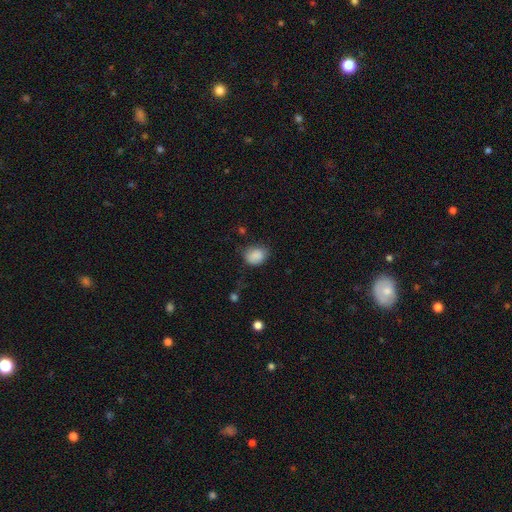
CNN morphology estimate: Smooth or featured?
  - smooth: 86% *
  - star or artifact: 9%
  - featured or disk: 6%
How rounded?
  - round: 50% *
  - in between: 49%
  - cigar-shaped: 1%
Merging?
  - none: 65% *
  - minor disturbance: 25%
  - major disturbance: 7%
  - merger: 2%